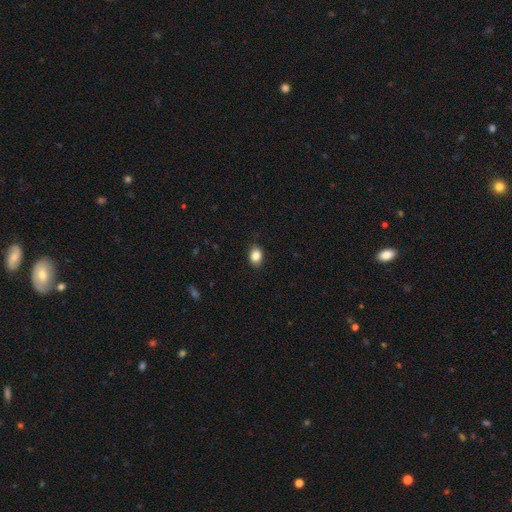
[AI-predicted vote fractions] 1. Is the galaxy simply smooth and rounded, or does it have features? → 86% smooth, 9% star or artifact, 5% featured or disk.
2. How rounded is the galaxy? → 68% in between, 31% round, 1% cigar-shaped.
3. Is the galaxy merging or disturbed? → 84% none, 12% minor disturbance, 2% major disturbance, 1% merger.